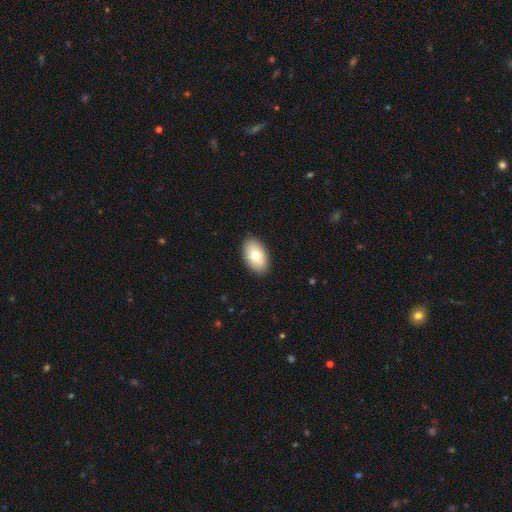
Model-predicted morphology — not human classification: smooth-or-featured: smooth: 76% | featured or disk: 17% | star or artifact: 7%
  how-rounded: in between: 93% | round: 6% | cigar-shaped: 1%
  merging: none: 89% | minor disturbance: 8% | major disturbance: 2% | merger: 1%